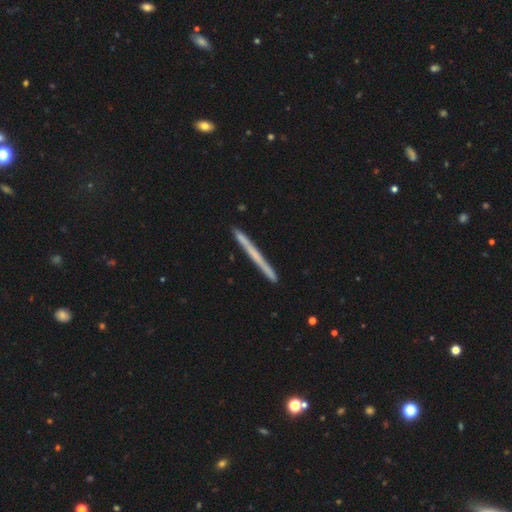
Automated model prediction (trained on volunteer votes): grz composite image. It shows a featured or disk galaxy (47%, tied with smooth). Merging: none (91%).